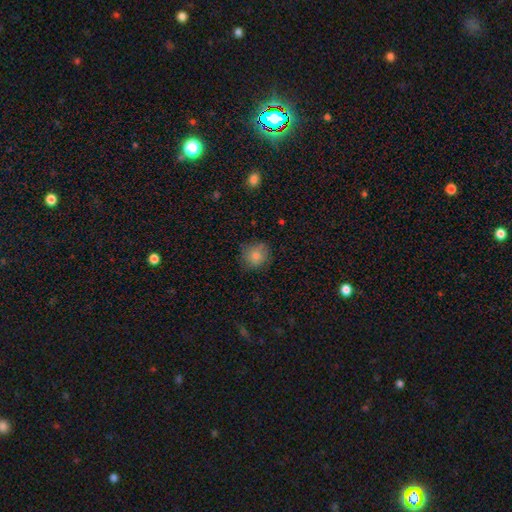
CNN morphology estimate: Smooth or featured?
  - smooth: 82% *
  - star or artifact: 10%
  - featured or disk: 8%
How rounded?
  - round: 86% *
  - in between: 13%
  - cigar-shaped: 1%
Merging?
  - none: 79% *
  - minor disturbance: 16%
  - major disturbance: 4%
  - merger: 1%